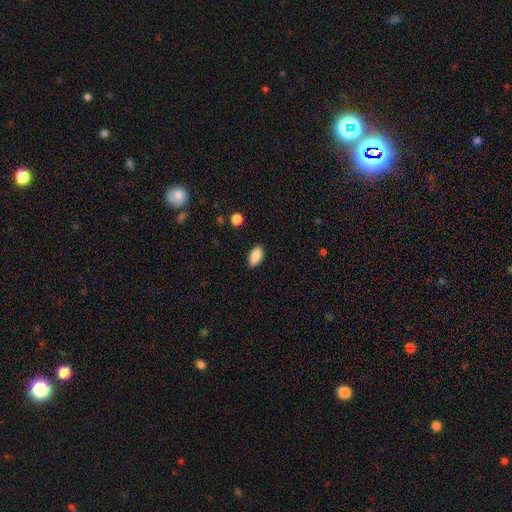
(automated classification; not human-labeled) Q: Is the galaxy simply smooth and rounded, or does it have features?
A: smooth — 88%.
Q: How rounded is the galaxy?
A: in between — 92%.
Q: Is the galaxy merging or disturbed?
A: none — 86%.